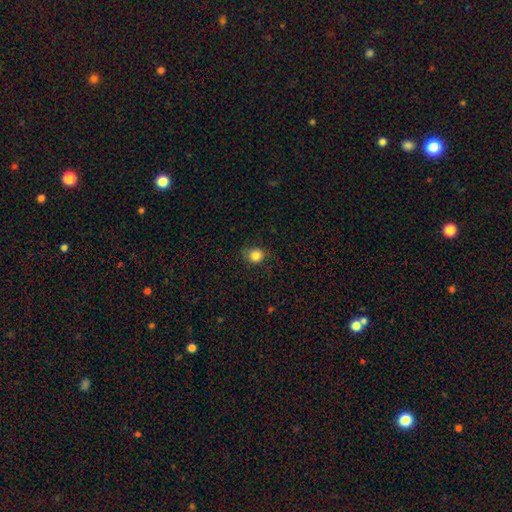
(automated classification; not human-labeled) smooth_or_featured: smooth (p=0.84) [alt: star or artifact p=0.11]
how_rounded: round (p=0.79) [alt: in between p=0.20]
merging: none (p=0.78) [alt: minor disturbance p=0.17]